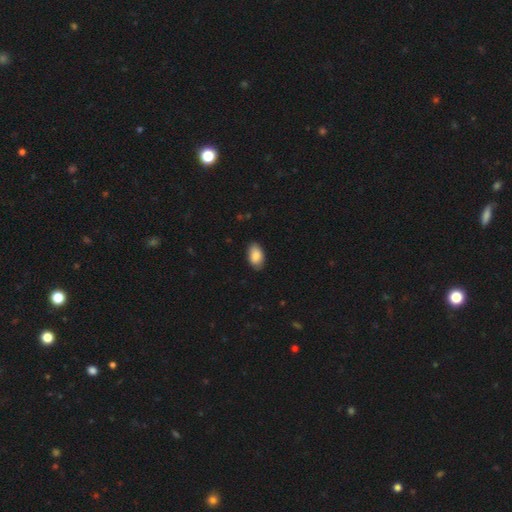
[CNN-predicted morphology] A smooth galaxy with no disk features (88%) that is in between round and cigar-shaped (94%).

Vote fractions:
- Smooth or featured? smooth: 88% / star or artifact: 6% / featured or disk: 6%
- How rounded? in between: 94% / round: 5% / cigar-shaped: 2%
- Merging? none: 84% / minor disturbance: 13% / major disturbance: 2% / merger: 1%